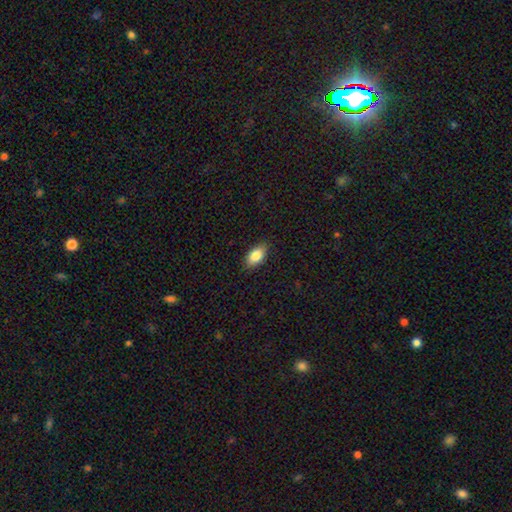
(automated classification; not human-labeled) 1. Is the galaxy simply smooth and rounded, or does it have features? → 85% smooth, 8% featured or disk, 7% star or artifact.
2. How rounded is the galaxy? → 92% in between, 4% round, 4% cigar-shaped.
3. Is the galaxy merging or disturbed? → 87% none, 10% minor disturbance, 2% major disturbance, 1% merger.